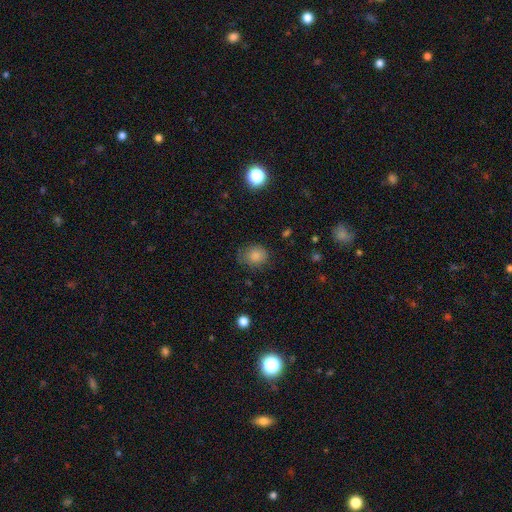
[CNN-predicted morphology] smooth-or-featured: smooth: 84% | star or artifact: 10% | featured or disk: 6%
  how-rounded: round: 68% | in between: 31% | cigar-shaped: 1%
  merging: none: 70% | minor disturbance: 22% | major disturbance: 6% | merger: 1%